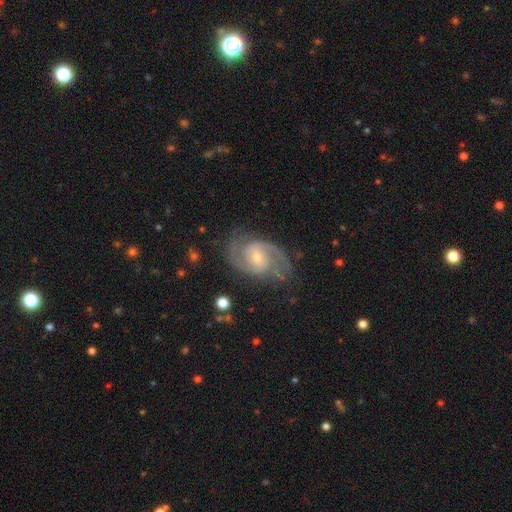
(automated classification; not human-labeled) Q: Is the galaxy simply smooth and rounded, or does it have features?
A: featured or disk — 91%.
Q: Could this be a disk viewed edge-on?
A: no — 98%.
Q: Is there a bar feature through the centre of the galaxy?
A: no — 47%.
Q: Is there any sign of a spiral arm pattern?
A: yes — 98%.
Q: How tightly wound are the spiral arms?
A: medium — 55%.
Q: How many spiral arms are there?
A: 2 — 84%.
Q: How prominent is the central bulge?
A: small — 65%.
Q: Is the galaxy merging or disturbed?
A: none — 77%.